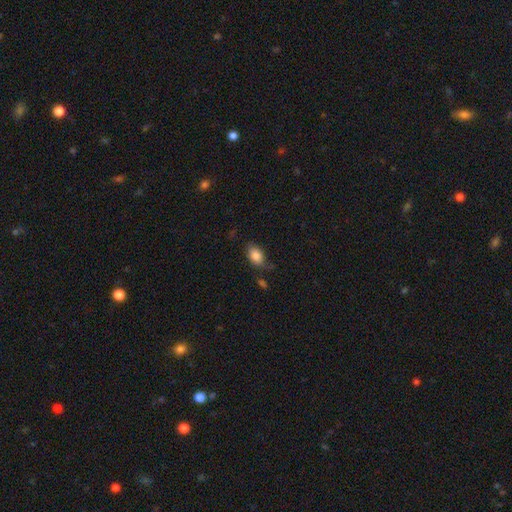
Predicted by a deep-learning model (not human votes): Smooth or featured?
  - smooth: 86% *
  - star or artifact: 8%
  - featured or disk: 7%
How rounded?
  - in between: 89% *
  - round: 10%
  - cigar-shaped: 2%
Merging?
  - none: 73% *
  - minor disturbance: 18%
  - major disturbance: 5%
  - merger: 4%